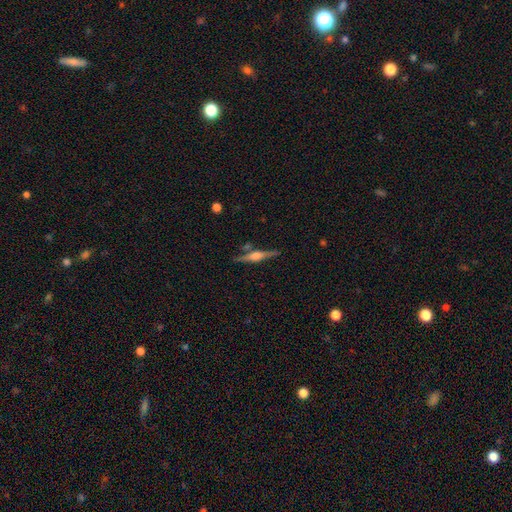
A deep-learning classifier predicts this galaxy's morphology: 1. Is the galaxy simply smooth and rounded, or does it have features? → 77% featured or disk, 17% smooth, 7% star or artifact.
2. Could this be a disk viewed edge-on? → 98% yes, 2% no.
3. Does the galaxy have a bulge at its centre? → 78% rounded, 18% boxy, 4% none.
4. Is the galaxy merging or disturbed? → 82% none, 10% minor disturbance, 5% merger, 3% major disturbance.